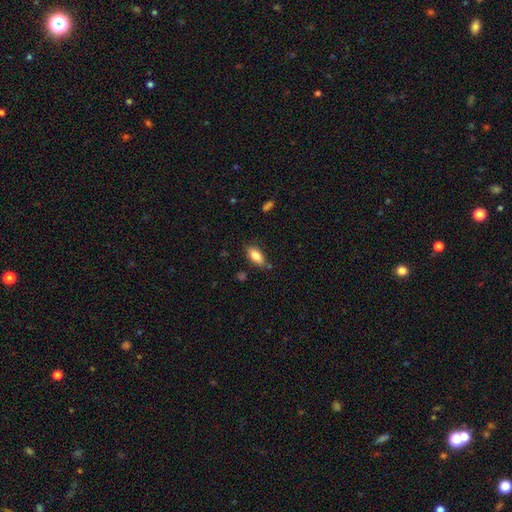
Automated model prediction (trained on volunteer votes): Smooth or featured? Predicted: smooth (p=0.84). How rounded? Predicted: in between (p=0.86). Merging? Predicted: none (p=0.76).